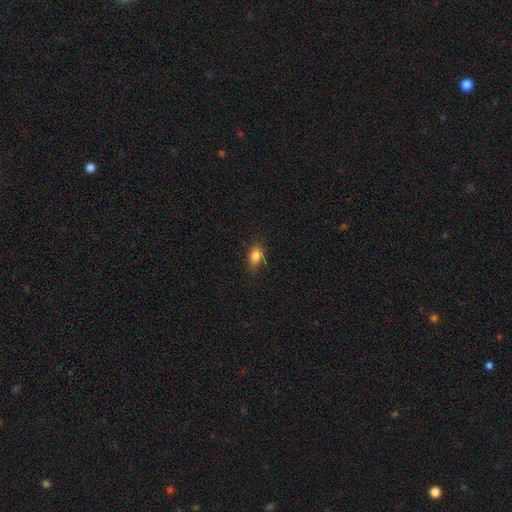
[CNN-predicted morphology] The model was most divided on "merging": none: 80%, minor disturbance: 16%, major disturbance: 3%, merger: 1%. More confident: smooth or featured — smooth (84%); how rounded — in between (81%).